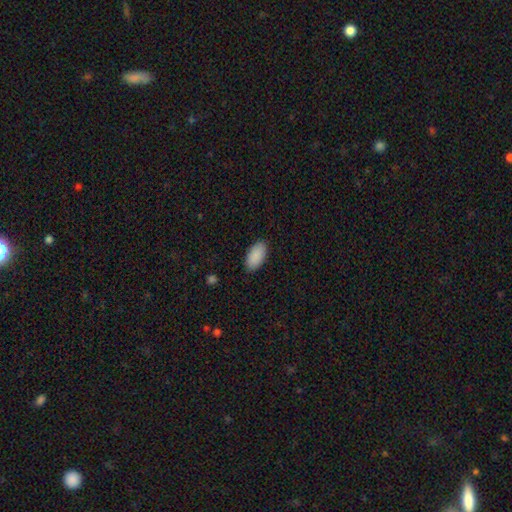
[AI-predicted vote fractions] A smooth galaxy with no disk features (91%) that is in between round and cigar-shaped (95%).

Vote fractions:
- Smooth or featured? smooth: 91% / star or artifact: 6% / featured or disk: 3%
- How rounded? in between: 95% / round: 2% / cigar-shaped: 2%
- Merging? none: 88% / minor disturbance: 9% / major disturbance: 2% / merger: 1%